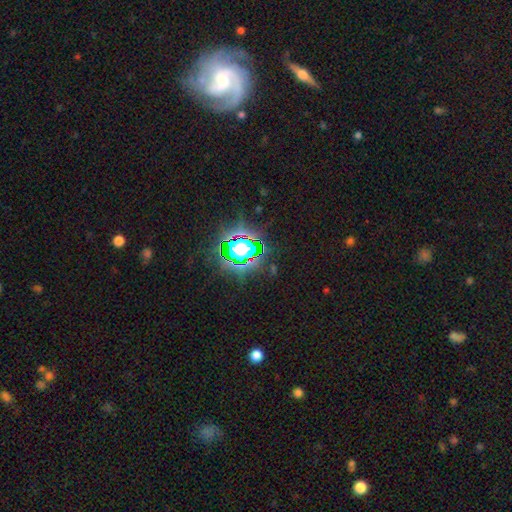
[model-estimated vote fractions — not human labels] Smooth or featured? star or artifact (59%)